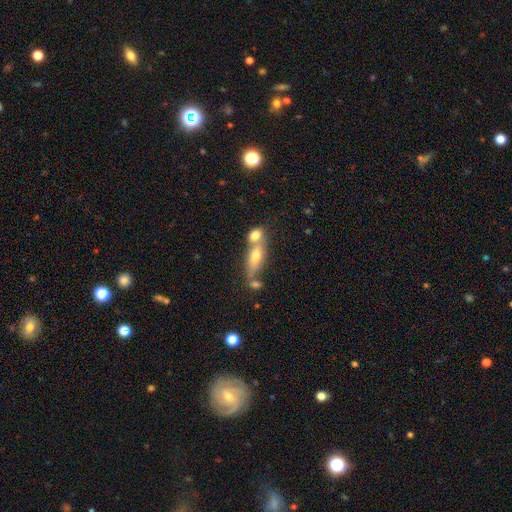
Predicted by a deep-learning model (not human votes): This is likely a smooth galaxy (60%). How rounded: possibly in between (57%). Merging: possibly merger (51%).